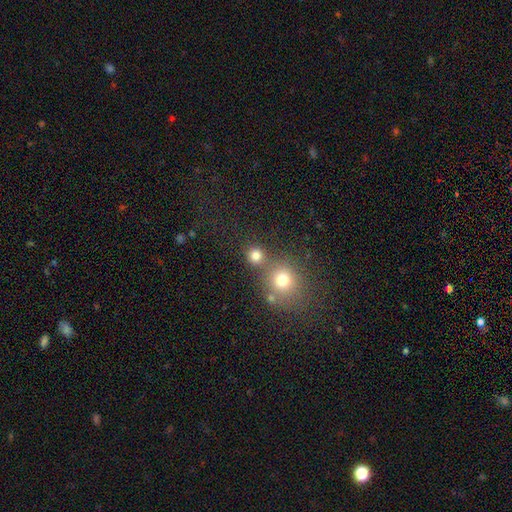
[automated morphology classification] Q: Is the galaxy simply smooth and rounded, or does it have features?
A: smooth — 80%.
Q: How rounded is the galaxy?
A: round — 90%.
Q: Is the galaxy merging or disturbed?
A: none — 69%.